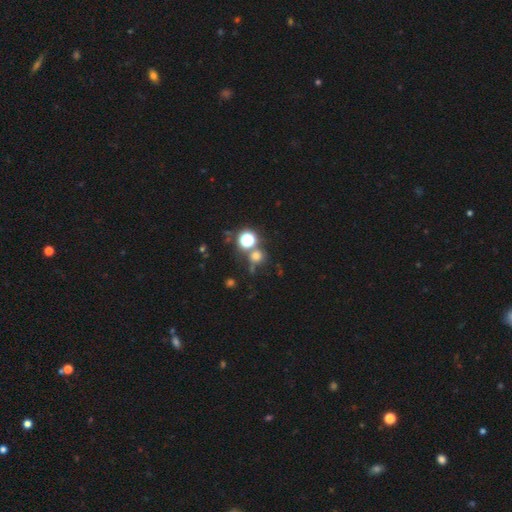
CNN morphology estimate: Smooth or featured? smooth (61%)
How rounded? round (90%)
Merging? none (67%)